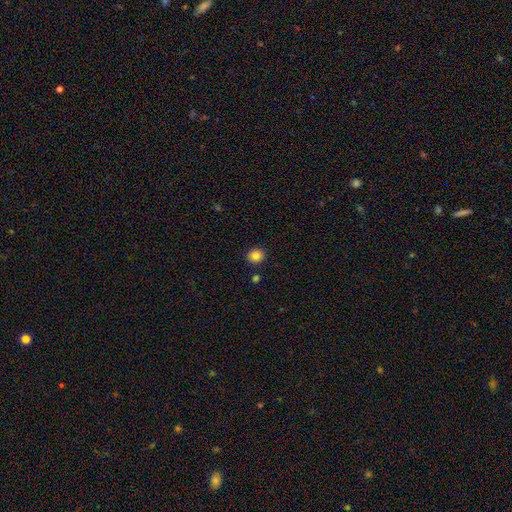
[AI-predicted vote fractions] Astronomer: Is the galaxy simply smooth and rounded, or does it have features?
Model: smooth — 84%.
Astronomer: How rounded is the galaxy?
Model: round — 86%.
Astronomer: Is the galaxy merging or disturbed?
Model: none — 88%.